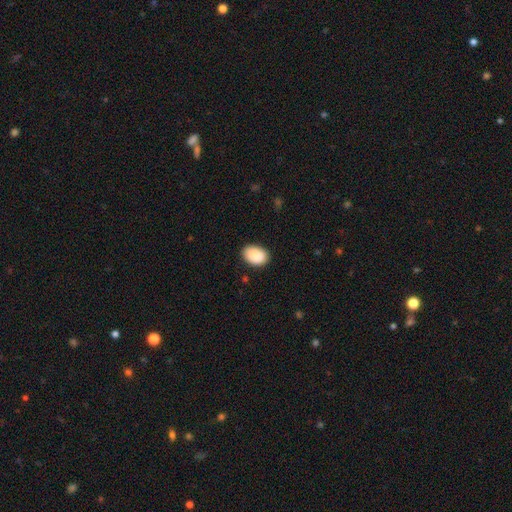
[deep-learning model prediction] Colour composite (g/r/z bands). It shows a smooth galaxy with no disk features (90%) that is in between round and cigar-shaped (87%). Merging: none (85%).